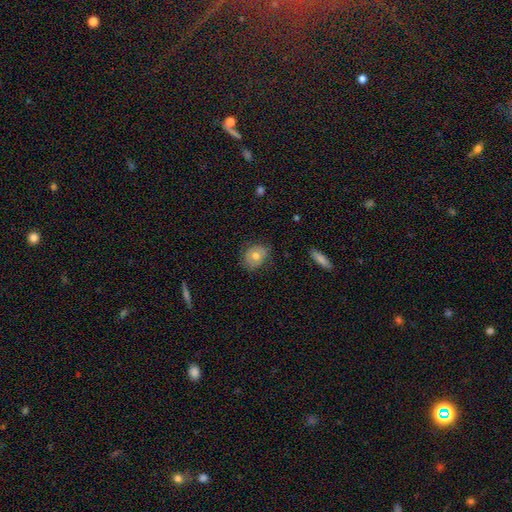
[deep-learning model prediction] A smooth galaxy with no disk features (55%) that is round (56%). Merging: none (77%).